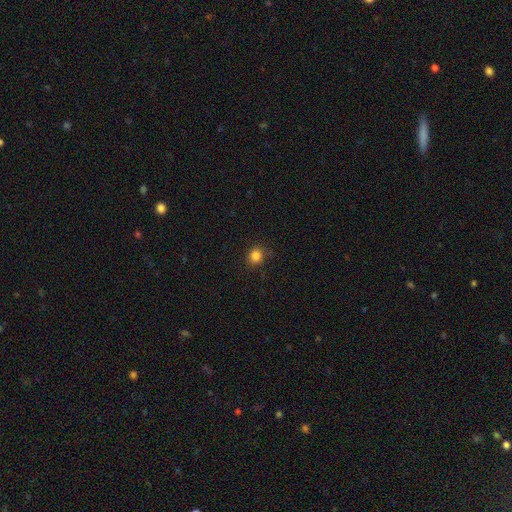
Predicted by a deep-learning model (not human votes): smooth_or_featured: smooth (p=0.84) [alt: star or artifact p=0.12]
how_rounded: round (p=0.86) [alt: in between p=0.13]
merging: none (p=0.85) [alt: minor disturbance p=0.11]